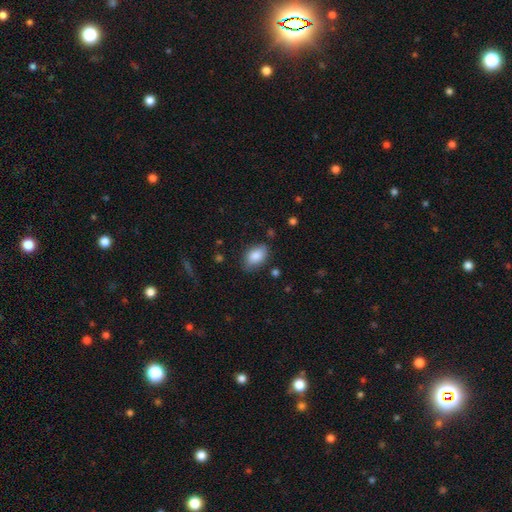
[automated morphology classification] Overall: smooth (86%). How rounded: in between (88%). Merging: none (78%).